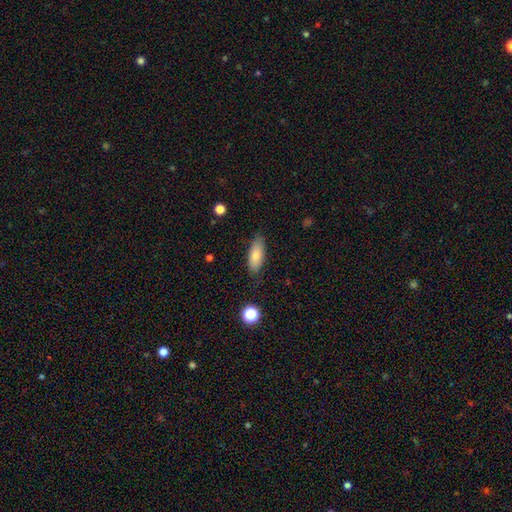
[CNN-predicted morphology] Smooth or featured? Predicted: smooth (p=0.80). How rounded? Predicted: in between (p=0.73). Merging? Predicted: none (p=0.82).